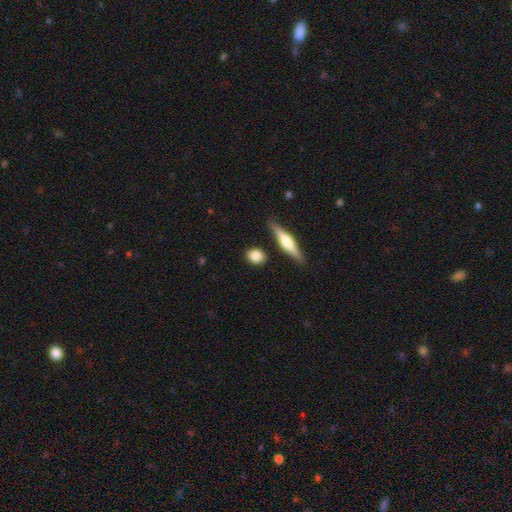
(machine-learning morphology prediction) A smooth galaxy with no disk features (80%) that is round (61%).

Vote fractions:
- Smooth or featured? smooth: 80% / featured or disk: 13% / star or artifact: 7%
- How rounded? round: 61% / in between: 32% / cigar-shaped: 7%
- Merging? none: 84% / minor disturbance: 10% / merger: 4% / major disturbance: 3%